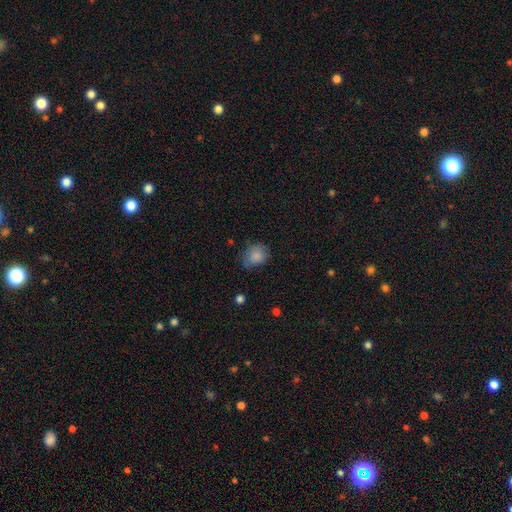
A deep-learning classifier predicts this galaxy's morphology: smooth-or-featured: smooth: 84% | star or artifact: 9% | featured or disk: 8%
  how-rounded: round: 53% | in between: 46% | cigar-shaped: 1%
  merging: none: 63% | minor disturbance: 28% | major disturbance: 8% | merger: 2%